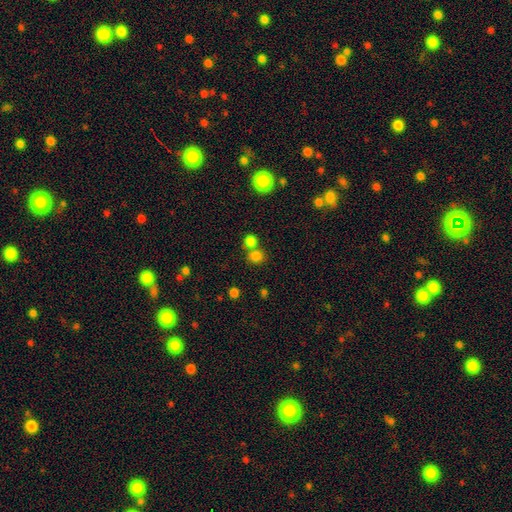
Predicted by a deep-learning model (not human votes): The model was most divided on "merging": none: 59%, merger: 30%, minor disturbance: 7%, major disturbance: 3%. More confident: how rounded — round (82%); smooth or featured — smooth (79%).